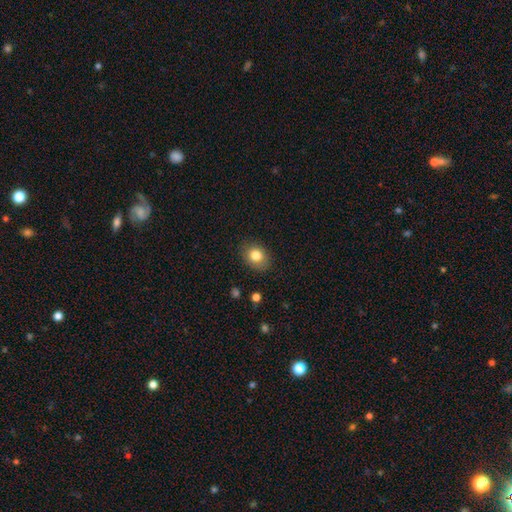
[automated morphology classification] Smooth or featured? smooth (82%)
How rounded? in between (55%)
Merging? none (85%)